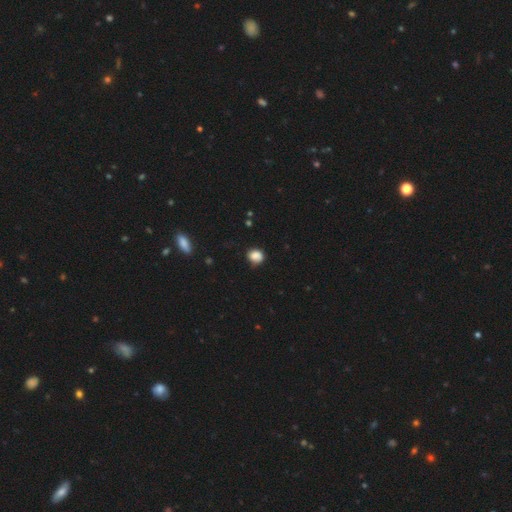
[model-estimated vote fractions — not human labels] Overall: smooth (83%). How rounded: round (67%; in between 32%). Merging: none (64%; minor disturbance 28%).